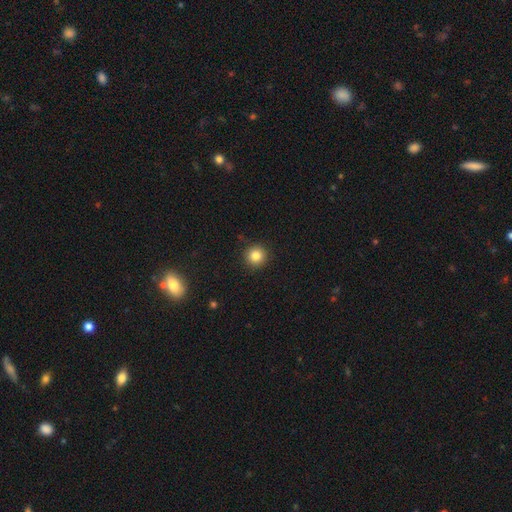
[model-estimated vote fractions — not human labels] smooth-or-featured: smooth: 83% | star or artifact: 11% | featured or disk: 6%
  how-rounded: round: 94% | in between: 5% | cigar-shaped: 1%
  merging: none: 91% | minor disturbance: 6% | major disturbance: 2% | merger: 1%